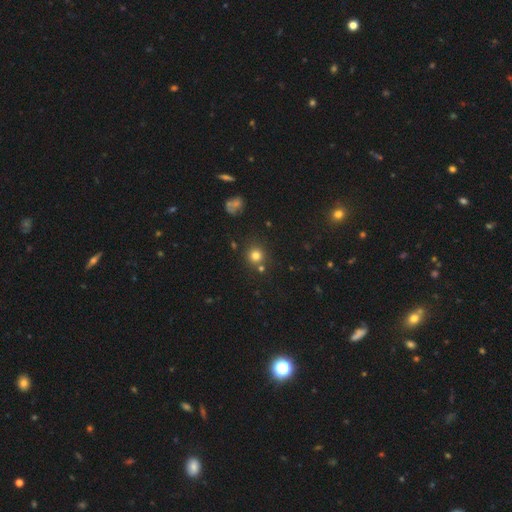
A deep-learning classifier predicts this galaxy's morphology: This appears to be a smooth galaxy with no disk features (76%) that is round (92%). Merging: none (77%).